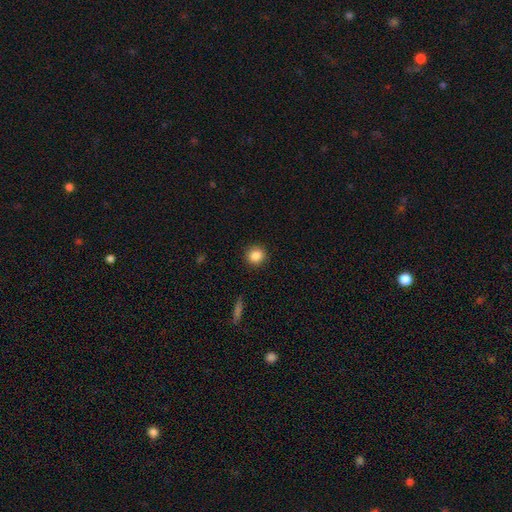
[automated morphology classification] smooth_or_featured: smooth (p=0.86) [alt: star or artifact p=0.09]
how_rounded: round (p=0.89) [alt: in between p=0.10]
merging: none (p=0.91) [alt: minor disturbance p=0.06]